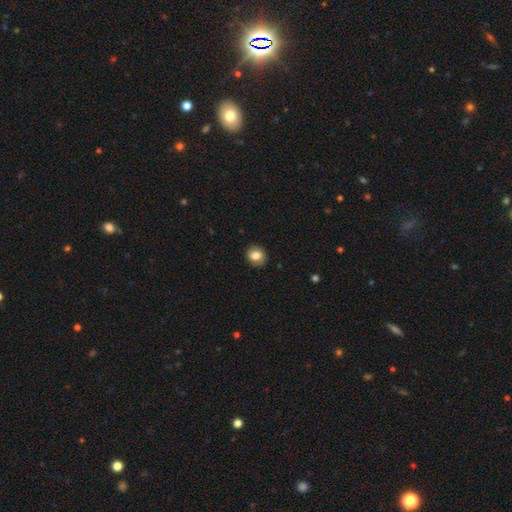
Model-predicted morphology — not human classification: Smooth or featured: smooth — 82% (featured or disk — 10%)
How rounded: round — 77% (in between — 22%)
Merging: none — 88% (minor disturbance — 9%)